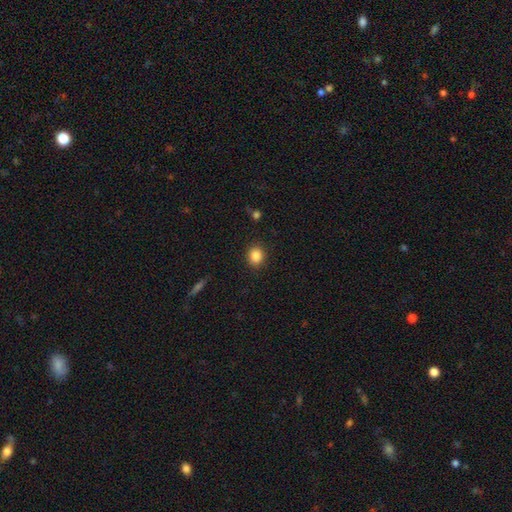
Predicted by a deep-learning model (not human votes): The model was most divided on "how rounded": round: 80%, in between: 19%, cigar-shaped: 1%. More confident: merging — none (90%); smooth or featured — smooth (86%).